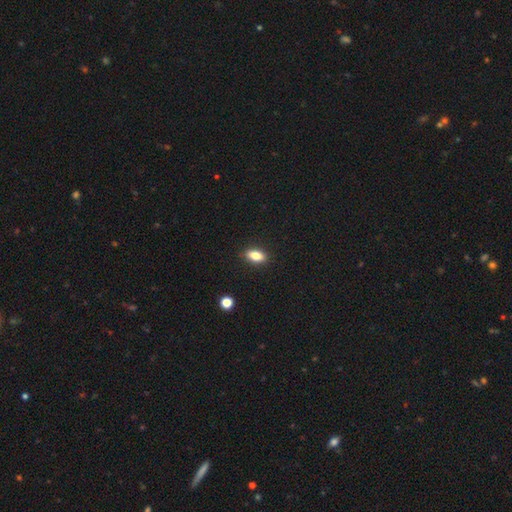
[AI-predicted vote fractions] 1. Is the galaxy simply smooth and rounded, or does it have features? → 79% smooth, 13% featured or disk, 9% star or artifact.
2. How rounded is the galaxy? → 85% in between, 9% cigar-shaped, 7% round.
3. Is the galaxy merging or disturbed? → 89% none, 8% minor disturbance, 2% major disturbance, 1% merger.